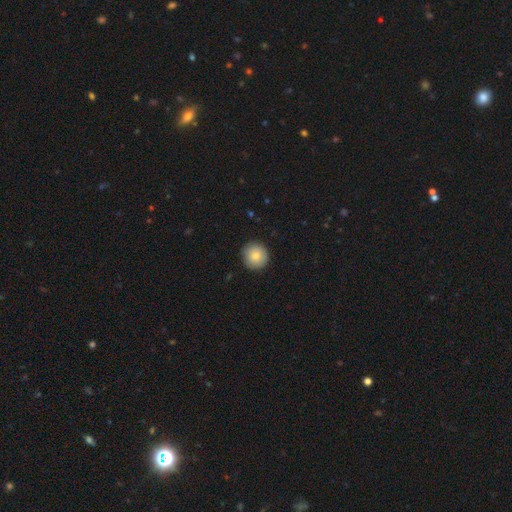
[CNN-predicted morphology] A smooth galaxy with no disk features (83%) that is round (95%). Merging: none (90%).